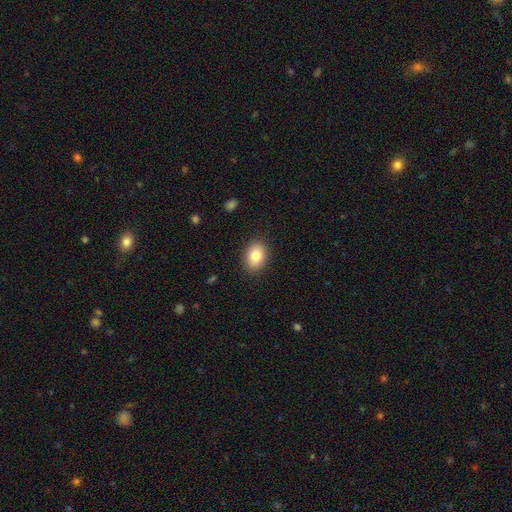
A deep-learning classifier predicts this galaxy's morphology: smooth_or_featured: smooth (p=0.83) [alt: featured or disk p=0.10]
how_rounded: in between (p=0.80) [alt: round p=0.19]
merging: none (p=0.88) [alt: minor disturbance p=0.09]